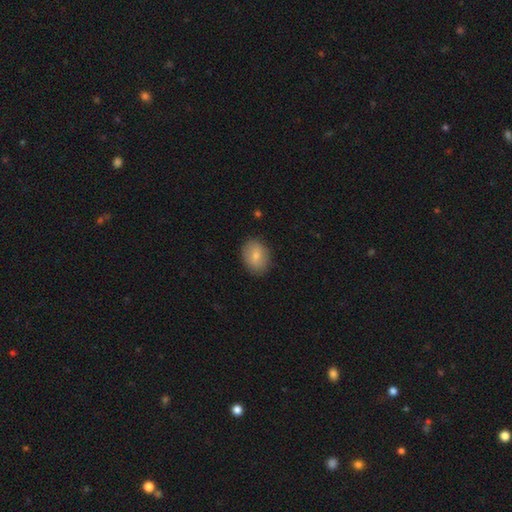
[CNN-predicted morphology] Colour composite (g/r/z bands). It shows a smooth galaxy with no disk features (78%) that is in between round and cigar-shaped (63%). Merging: none (85%).